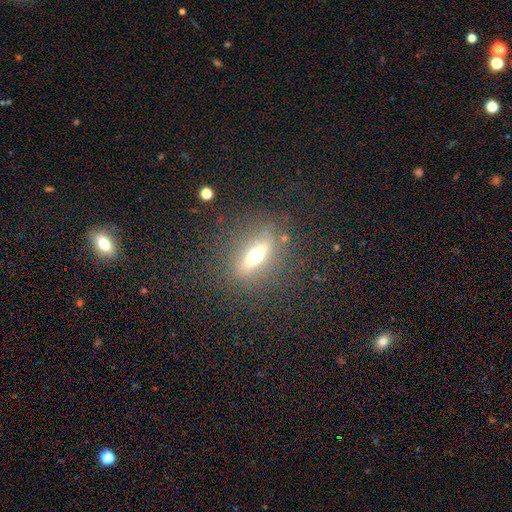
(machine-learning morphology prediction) Smooth or featured? Predicted: featured or disk (p=0.49). Merging? Predicted: none (p=0.80).